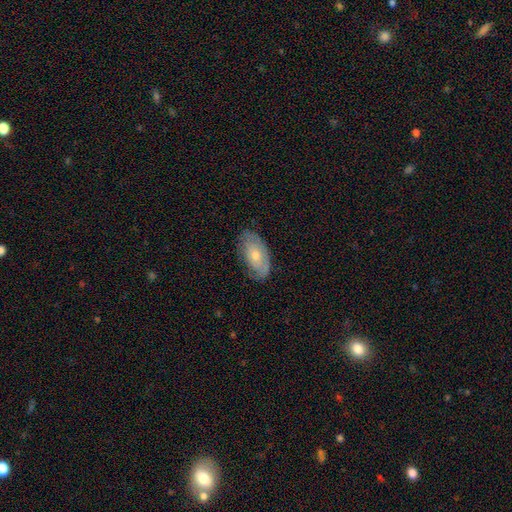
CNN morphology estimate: smooth 52%, featured or disk 41%, star or artifact 6%. Down the decision tree: how rounded — in between (92%); merging — none (74%).